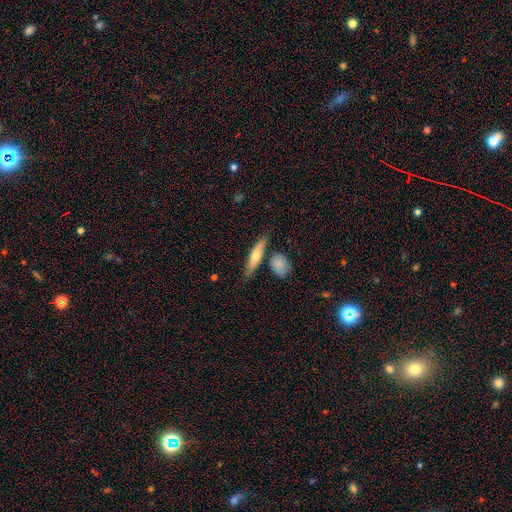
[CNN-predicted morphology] smooth_or_featured: smooth (p=0.57) [alt: featured or disk p=0.38]
how_rounded: cigar-shaped (p=0.72) [alt: in between p=0.26]
merging: none (p=0.73) [alt: minor disturbance p=0.13]